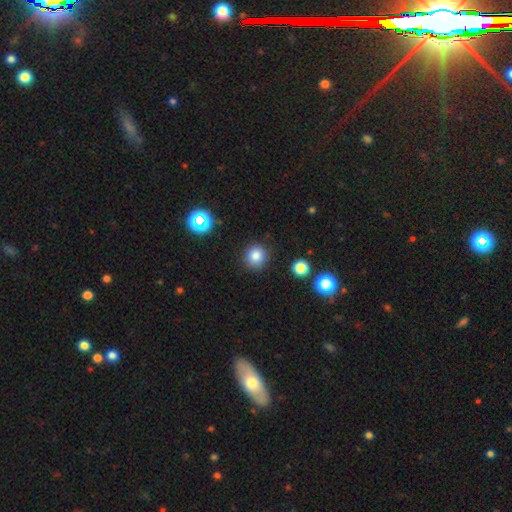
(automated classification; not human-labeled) Smooth or featured? smooth (82%)
How rounded? round (91%)
Merging? none (88%)